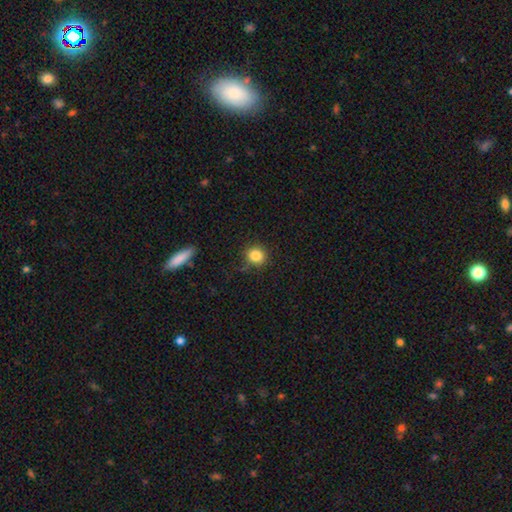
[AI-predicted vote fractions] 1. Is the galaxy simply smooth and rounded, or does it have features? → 85% smooth, 11% star or artifact, 5% featured or disk.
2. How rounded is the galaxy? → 86% round, 13% in between, 1% cigar-shaped.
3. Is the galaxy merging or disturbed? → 82% none, 12% minor disturbance, 3% major disturbance, 2% merger.